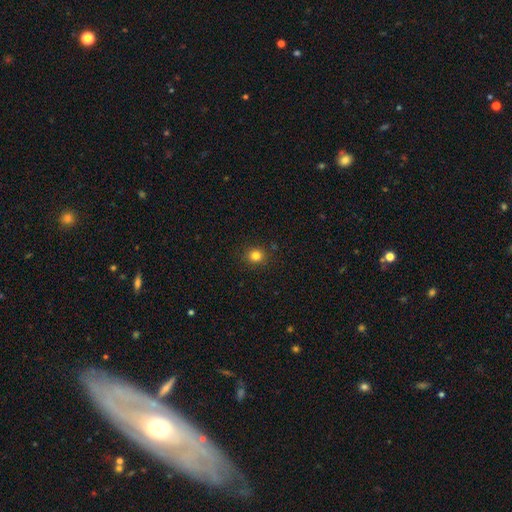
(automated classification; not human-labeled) Q: Smooth or featured?
A: smooth (81%); runner-up: star or artifact (13%)
Q: How rounded?
A: round (88%); runner-up: in between (11%)
Q: Merging?
A: none (90%); runner-up: minor disturbance (7%)